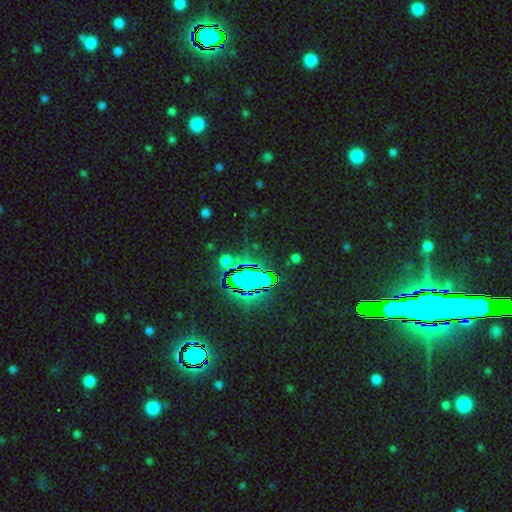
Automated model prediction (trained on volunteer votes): Morphology: type=star or artifact (84%).